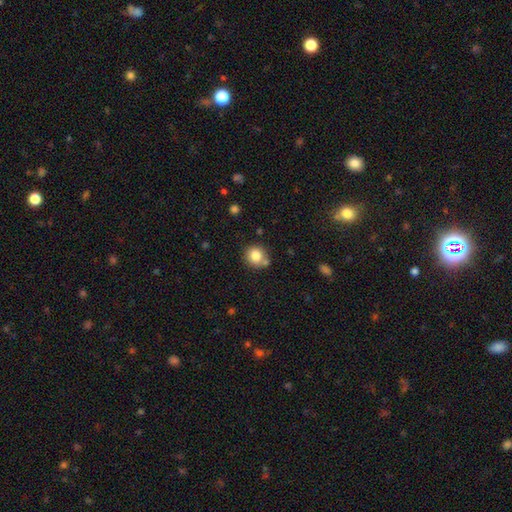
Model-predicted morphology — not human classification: The model was most divided on "merging": none: 69%, merger: 15%, minor disturbance: 12%, major disturbance: 3%. More confident: how rounded — round (87%); smooth or featured — smooth (81%).